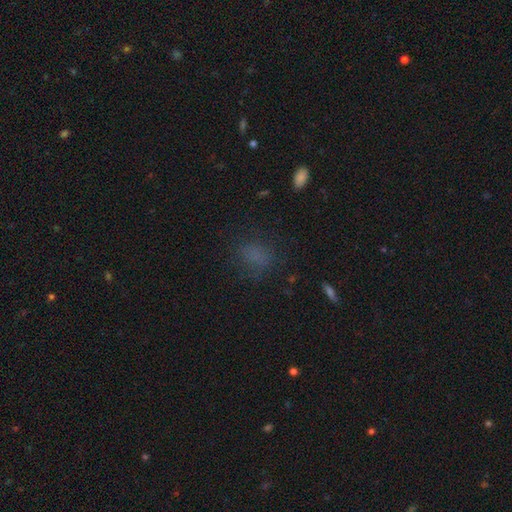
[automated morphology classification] smooth 70%, star or artifact 20%, featured or disk 9%. Down the decision tree: how rounded — in between (54%); merging — none (72%).